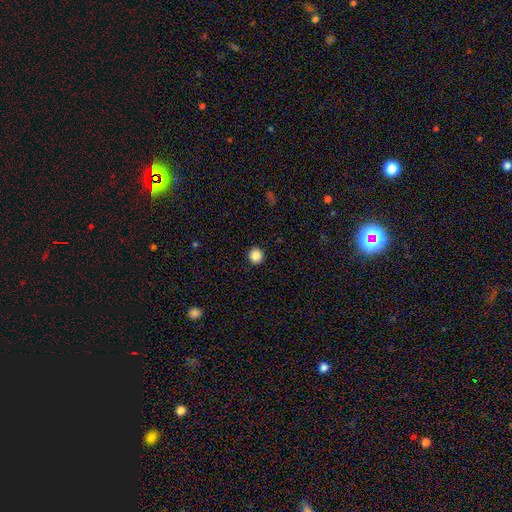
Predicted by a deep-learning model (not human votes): Smooth or featured: smooth — 87% (star or artifact — 10%)
How rounded: round — 95% (in between — 4%)
Merging: none — 93% (minor disturbance — 4%)